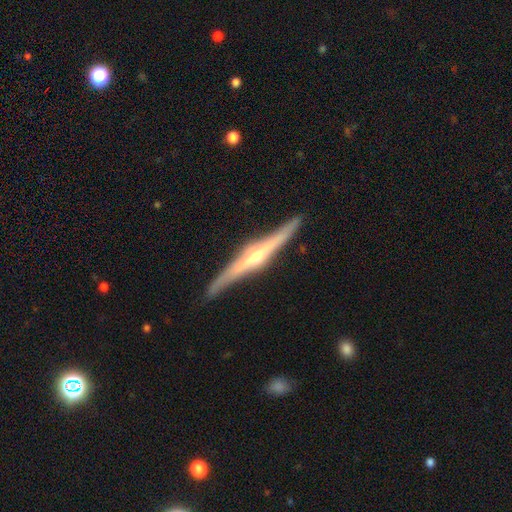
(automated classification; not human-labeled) Q: Smooth or featured?
A: featured or disk (84%); runner-up: smooth (11%)
Q: Edge-on disk?
A: yes (97%); runner-up: no (3%)
Q: Edge-on bulge?
A: rounded (87%); runner-up: boxy (7%)
Q: Merging?
A: none (88%); runner-up: minor disturbance (9%)